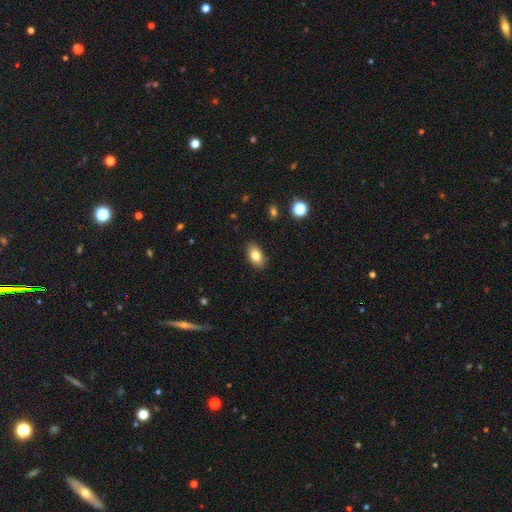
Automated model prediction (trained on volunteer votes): Smooth or featured? Predicted: smooth (p=0.82). How rounded? Predicted: in between (p=0.91). Merging? Predicted: none (p=0.88).